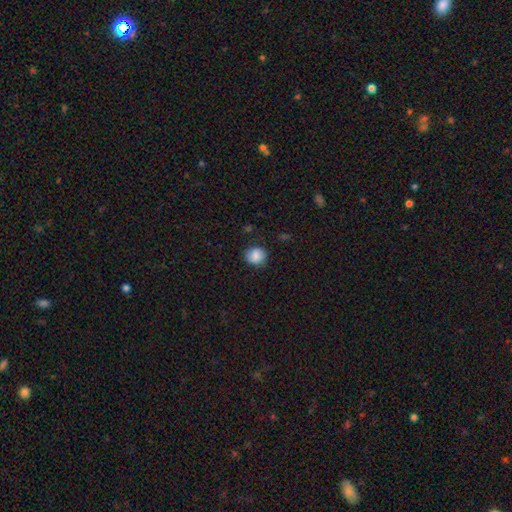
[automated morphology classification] smooth-or-featured: smooth: 84% | star or artifact: 9% | featured or disk: 7%
  how-rounded: round: 83% | in between: 16% | cigar-shaped: 1%
  merging: none: 81% | minor disturbance: 14% | major disturbance: 4% | merger: 1%